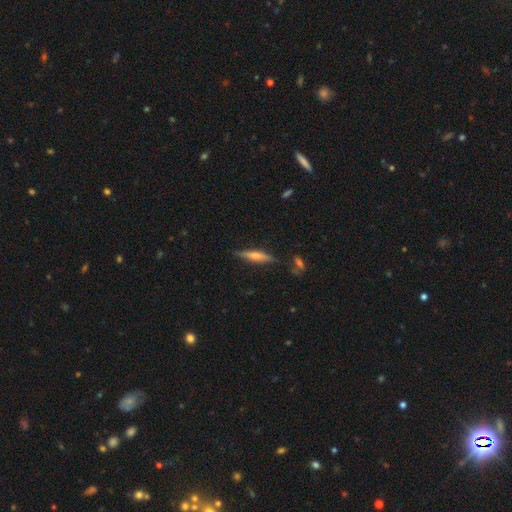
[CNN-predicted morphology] smooth-or-featured: featured or disk: 47% | smooth: 46% | star or artifact: 7%
  merging: none: 80% | minor disturbance: 13% | merger: 3% | major disturbance: 3%